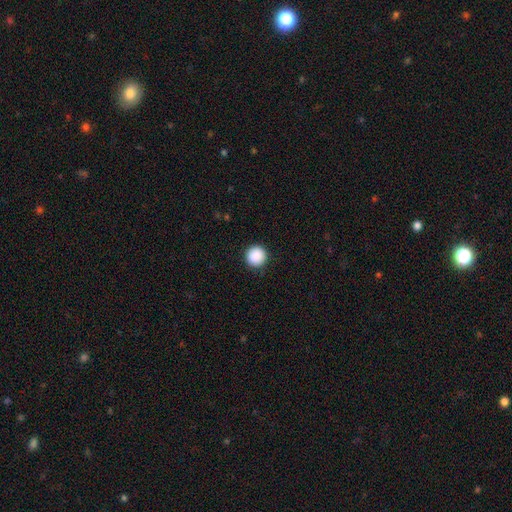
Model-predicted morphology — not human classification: This is clearly a smooth galaxy (89%). How rounded: clearly round (96%). Merging: clearly none (92%).